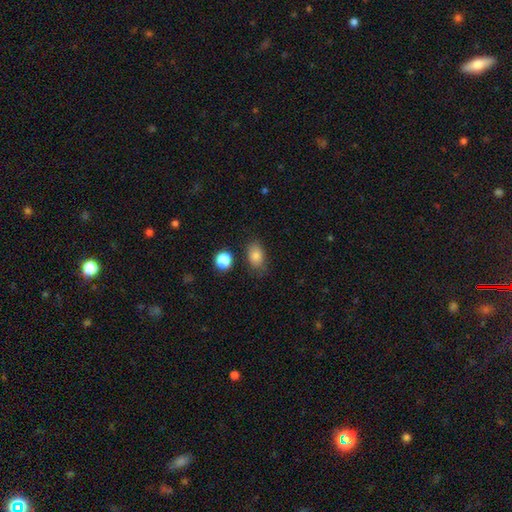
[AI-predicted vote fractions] This appears to be a smooth galaxy with no disk features (82%) that is in between round and cigar-shaped (84%). Merging: none (74%).